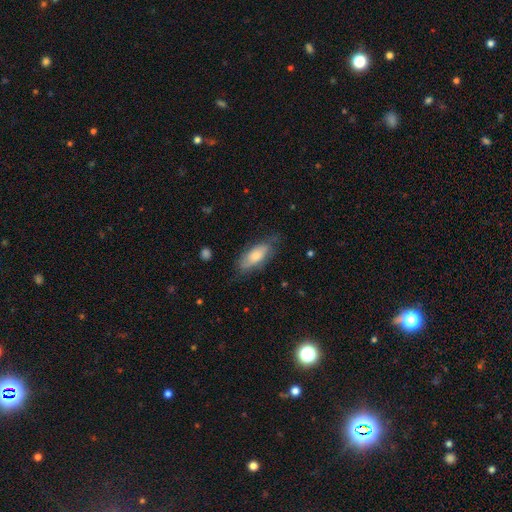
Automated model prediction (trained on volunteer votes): Smooth or featured? Predicted: smooth (p=0.67). How rounded? Predicted: in between (p=0.78). Merging? Predicted: none (p=0.67).